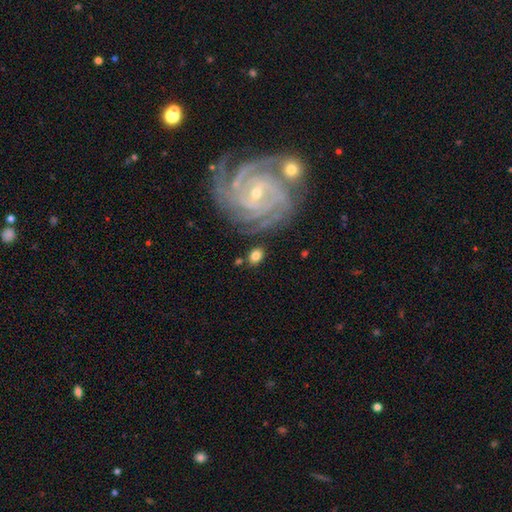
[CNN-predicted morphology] This appears to be a smooth galaxy with no disk features (59%) that is in between round and cigar-shaped (58%). Merging: none (79%).